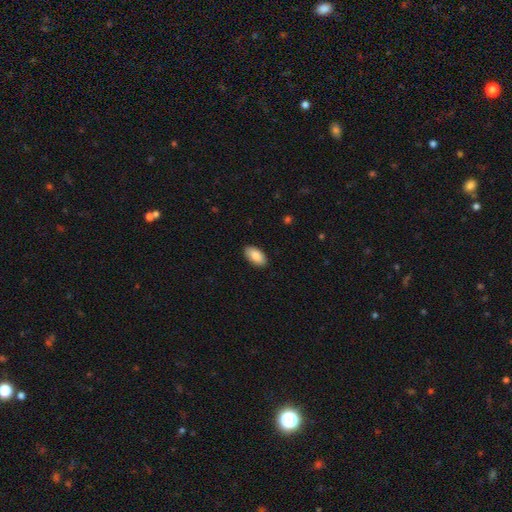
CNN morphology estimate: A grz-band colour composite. It shows a smooth galaxy with no disk features (87%) that is in between round and cigar-shaped (95%). Merging: none (89%).